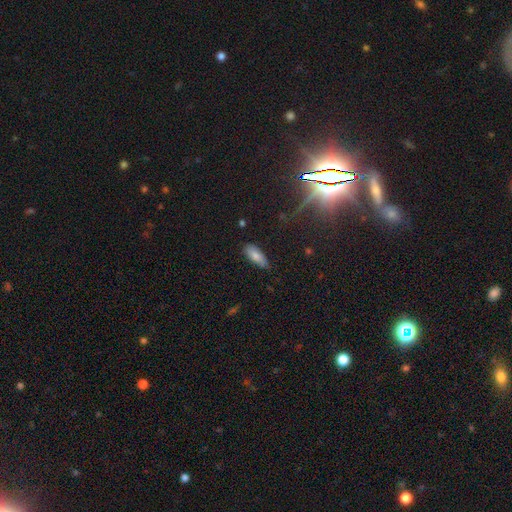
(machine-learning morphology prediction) A smooth galaxy with no disk features (78%) that is in between round and cigar-shaped (78%).

Vote fractions:
- Smooth or featured? smooth: 78% / featured or disk: 13% / star or artifact: 9%
- How rounded? in between: 78% / cigar-shaped: 20% / round: 2%
- Merging? none: 71% / minor disturbance: 24% / major disturbance: 4% / merger: 2%